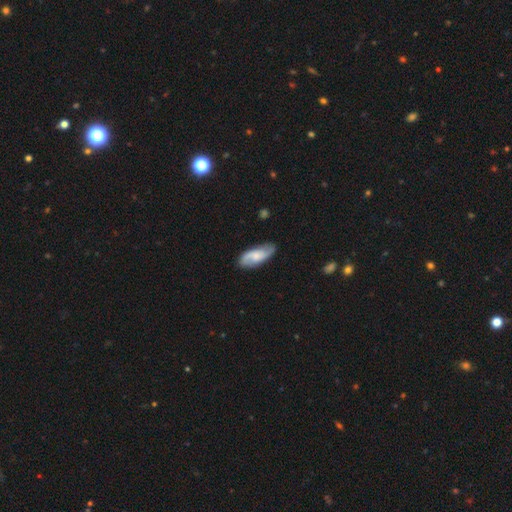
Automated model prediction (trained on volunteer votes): Q: Smooth or featured?
A: featured or disk (58%); runner-up: smooth (36%)
Q: Edge-on disk?
A: no (91%); runner-up: yes (9%)
Q: Bar?
A: no (57%); runner-up: weak (36%)
Q: Spiral arms?
A: yes (92%); runner-up: no (8%)
Q: Bulge size?
A: moderate (38%); runner-up: small (36%)
Q: Merging?
A: none (81%); runner-up: minor disturbance (15%)